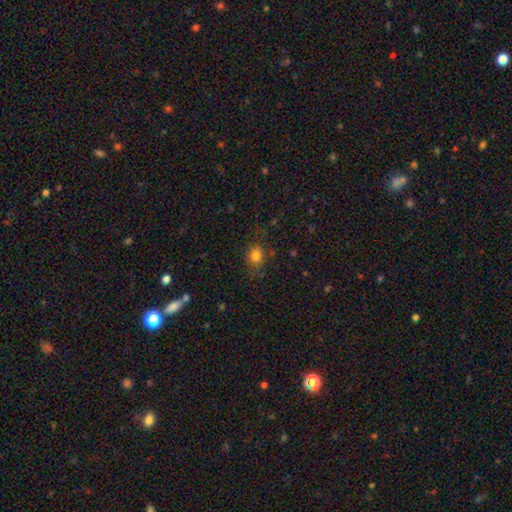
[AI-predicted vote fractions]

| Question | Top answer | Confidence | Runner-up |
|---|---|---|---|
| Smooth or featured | smooth | 80% | star or artifact (13%) |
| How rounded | in between | 57% | round (41%) |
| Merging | none | 76% | minor disturbance (16%) |